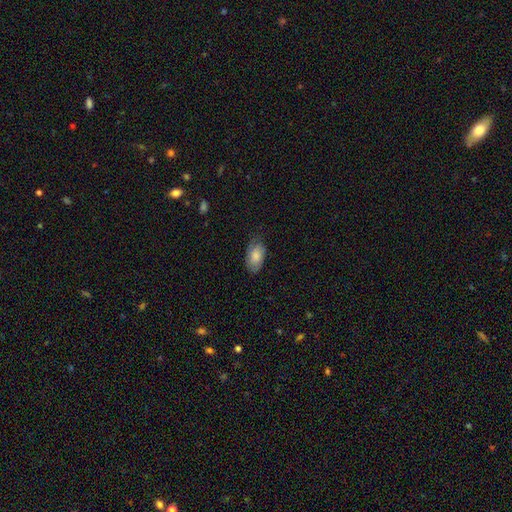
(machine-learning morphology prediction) Q: Smooth or featured?
A: smooth (75%); runner-up: featured or disk (19%)
Q: How rounded?
A: in between (93%); runner-up: round (5%)
Q: Merging?
A: none (69%); runner-up: minor disturbance (24%)